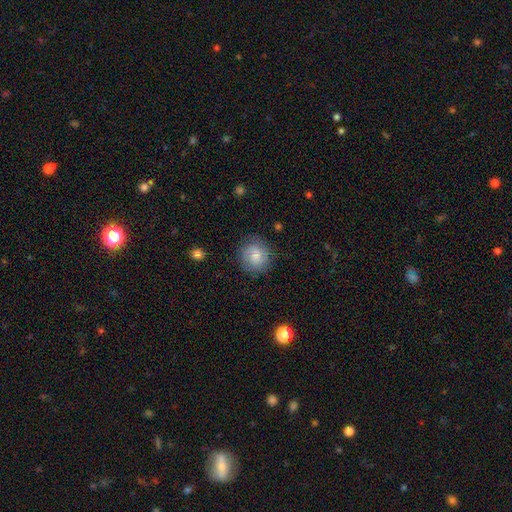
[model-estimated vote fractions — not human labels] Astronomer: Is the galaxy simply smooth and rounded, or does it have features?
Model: smooth — 66%.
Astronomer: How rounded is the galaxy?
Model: round — 89%.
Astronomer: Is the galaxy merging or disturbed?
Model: none — 79%.